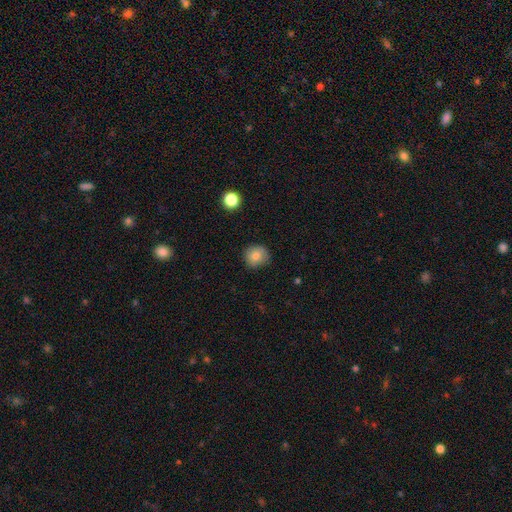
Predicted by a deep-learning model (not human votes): This is clearly a smooth galaxy (82%). How rounded: clearly round (88%). Merging: clearly none (82%).